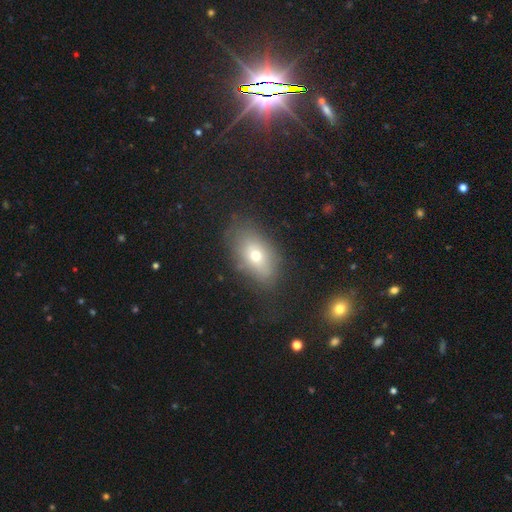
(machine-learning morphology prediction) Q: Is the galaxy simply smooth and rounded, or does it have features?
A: smooth — 64%.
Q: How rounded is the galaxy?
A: in between — 85%.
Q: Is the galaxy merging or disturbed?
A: none — 71%.